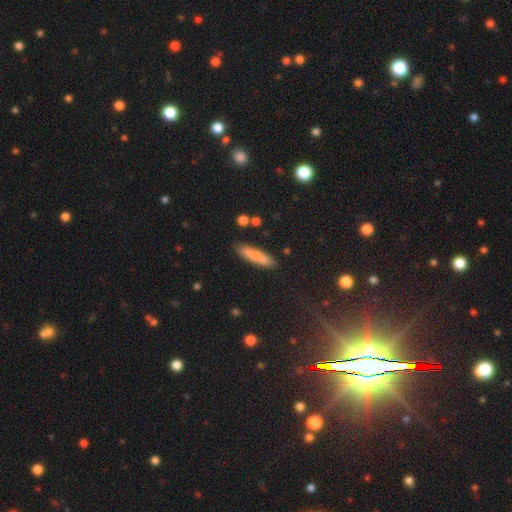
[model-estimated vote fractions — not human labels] The model was most divided on "how rounded": cigar-shaped: 81%, in between: 18%, round: 2%. More confident: merging — none (86%); smooth or featured — smooth (82%).